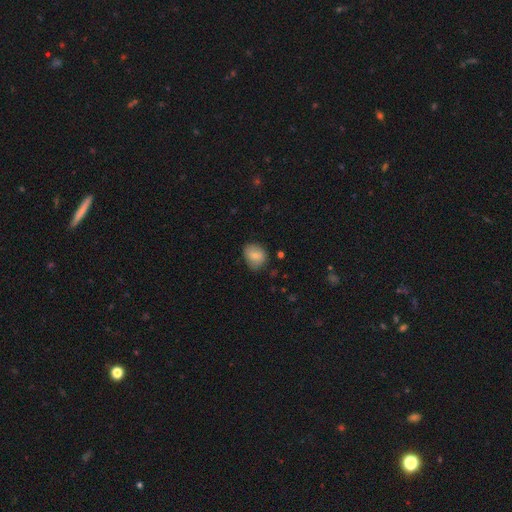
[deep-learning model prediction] The model was most divided on "how rounded": round: 50%, in between: 49%, cigar-shaped: 1%. More confident: smooth or featured — smooth (79%); merging — none (70%).